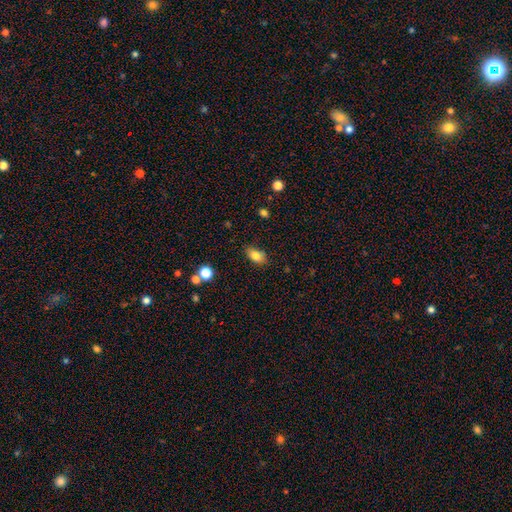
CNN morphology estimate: Smooth or featured? Predicted: smooth (p=0.81). How rounded? Predicted: in between (p=0.87). Merging? Predicted: none (p=0.81).